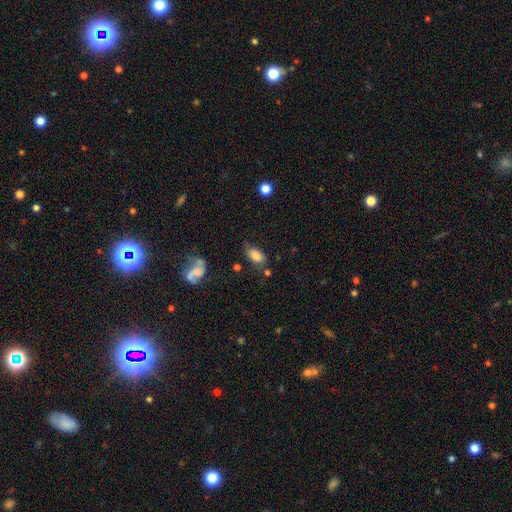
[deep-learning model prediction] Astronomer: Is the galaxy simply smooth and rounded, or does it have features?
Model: smooth — 79%.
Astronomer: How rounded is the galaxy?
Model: in between — 91%.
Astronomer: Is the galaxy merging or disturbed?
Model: none — 56%.